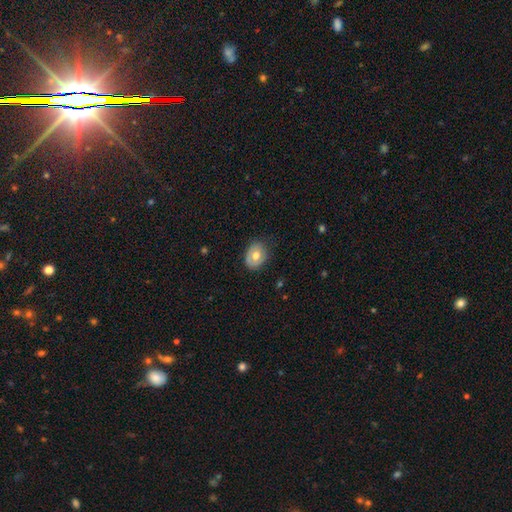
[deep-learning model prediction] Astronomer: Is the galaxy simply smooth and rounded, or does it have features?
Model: smooth — 62%.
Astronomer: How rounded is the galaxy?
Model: in between — 63%.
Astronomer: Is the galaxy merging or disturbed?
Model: none — 74%.